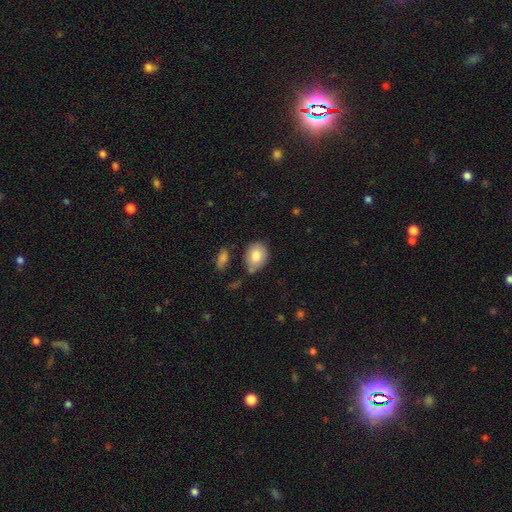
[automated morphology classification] smooth-or-featured: smooth: 81% | featured or disk: 11% | star or artifact: 8%
  how-rounded: in between: 56% | round: 43% | cigar-shaped: 1%
  merging: none: 60% | minor disturbance: 25% | merger: 9% | major disturbance: 6%